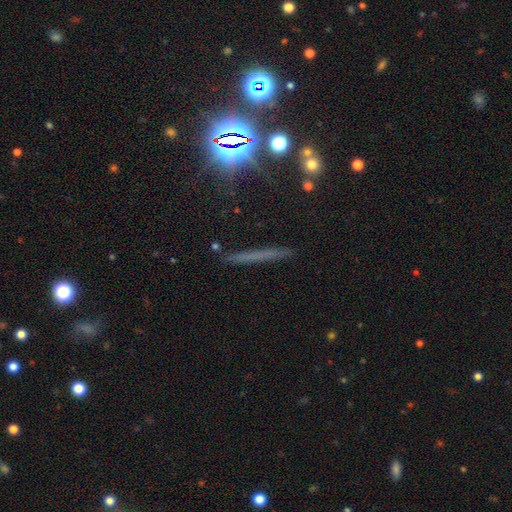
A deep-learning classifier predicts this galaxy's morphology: This is marginally a featured or disk galaxy (35%). Merging: clearly none (86%).